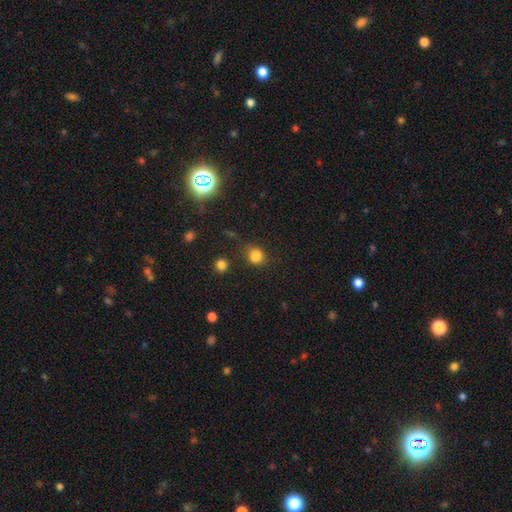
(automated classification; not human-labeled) Smooth or featured? smooth (81%)
How rounded? round (75%)
Merging? none (73%)